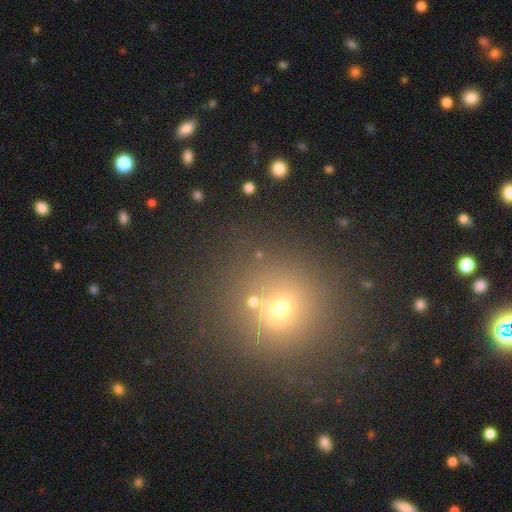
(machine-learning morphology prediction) A smooth galaxy with no disk features (50%) that is round (87%).

Vote fractions:
- Smooth or featured? smooth: 50% / star or artifact: 38% / featured or disk: 12%
- How rounded? round: 87% / in between: 12% / cigar-shaped: 1%
- Merging? none: 73% / merger: 14% / minor disturbance: 9% / major disturbance: 4%